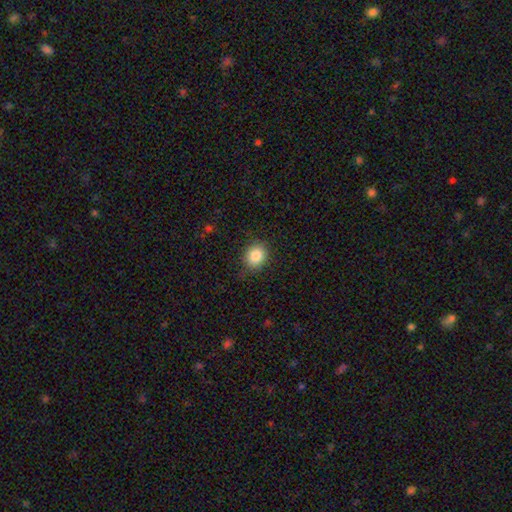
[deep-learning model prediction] A smooth galaxy with no disk features (85%) that is round (61%).

Vote fractions:
- Smooth or featured? smooth: 85% / star or artifact: 9% / featured or disk: 6%
- How rounded? round: 61% / in between: 38% / cigar-shaped: 1%
- Merging? none: 84% / minor disturbance: 12% / major disturbance: 3% / merger: 1%